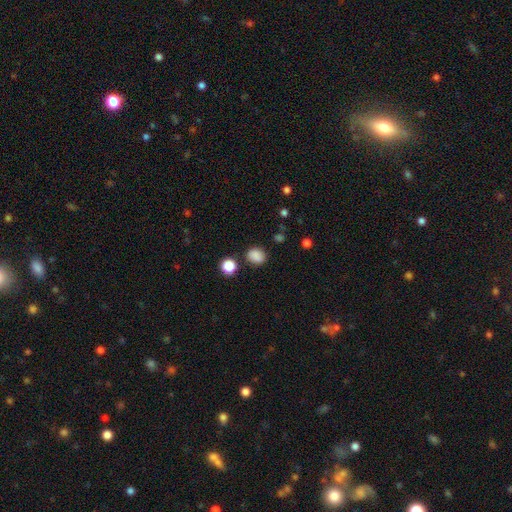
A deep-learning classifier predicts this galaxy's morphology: smooth-or-featured: smooth: 84% | star or artifact: 12% | featured or disk: 4%
  how-rounded: round: 60% | in between: 39% | cigar-shaped: 1%
  merging: none: 81% | minor disturbance: 12% | merger: 4% | major disturbance: 3%